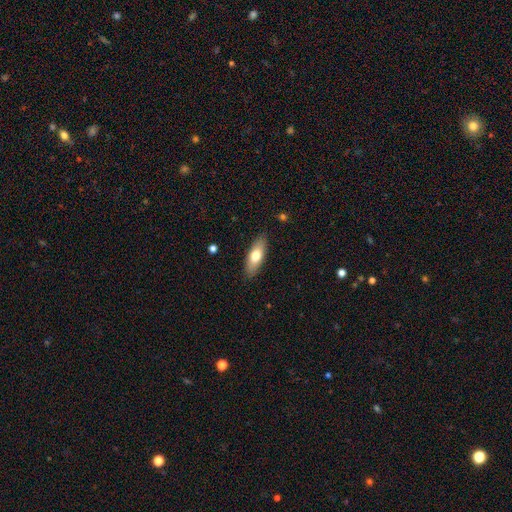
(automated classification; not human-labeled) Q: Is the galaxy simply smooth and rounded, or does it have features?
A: smooth — 70%.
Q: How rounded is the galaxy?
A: in between — 67%.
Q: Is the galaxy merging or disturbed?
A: none — 87%.